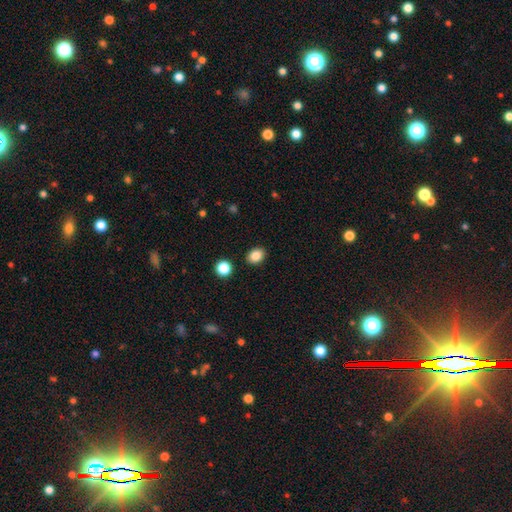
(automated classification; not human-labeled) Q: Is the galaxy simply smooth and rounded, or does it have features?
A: smooth — 85%.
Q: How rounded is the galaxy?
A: in between — 61%.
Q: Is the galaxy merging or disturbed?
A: none — 89%.